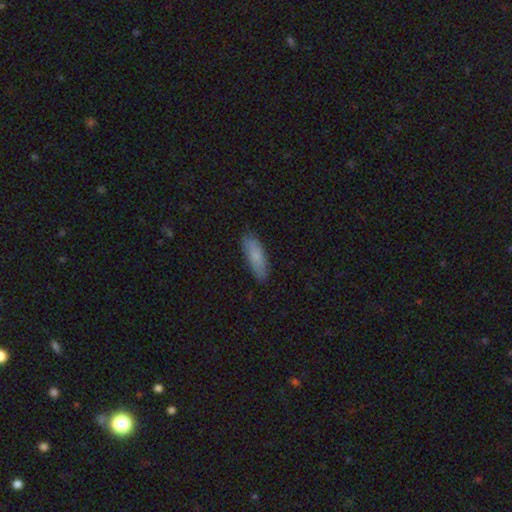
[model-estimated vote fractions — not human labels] This is clearly a smooth galaxy (81%). How rounded: possibly cigar-shaped (49%, tied with in between). Merging: clearly none (84%).